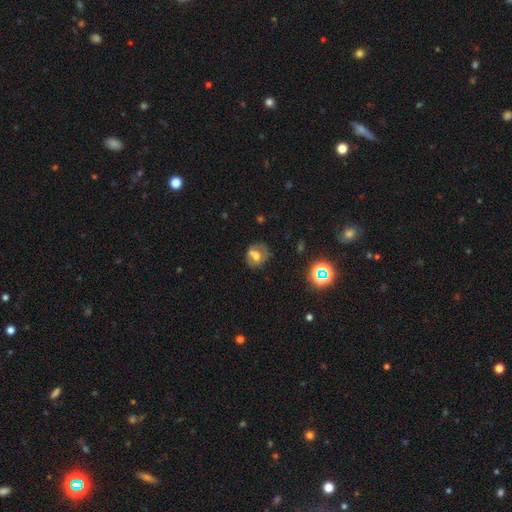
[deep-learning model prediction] smooth_or_featured: smooth (p=0.54) [alt: featured or disk p=0.31]
how_rounded: round (p=0.70) [alt: in between p=0.29]
merging: none (p=0.54) [alt: minor disturbance p=0.20]